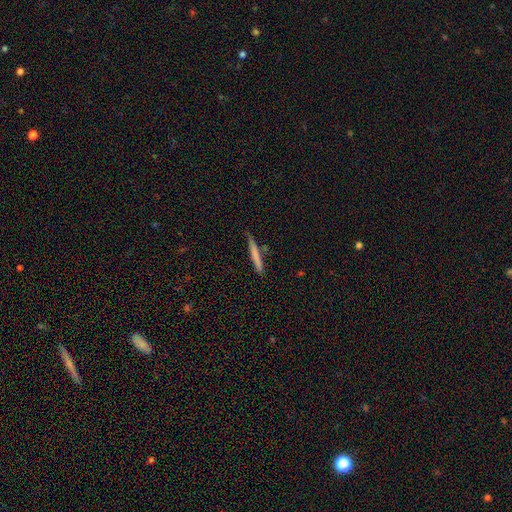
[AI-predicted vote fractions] Smooth or featured? smooth (69%)
How rounded? cigar-shaped (96%)
Merging? none (79%)